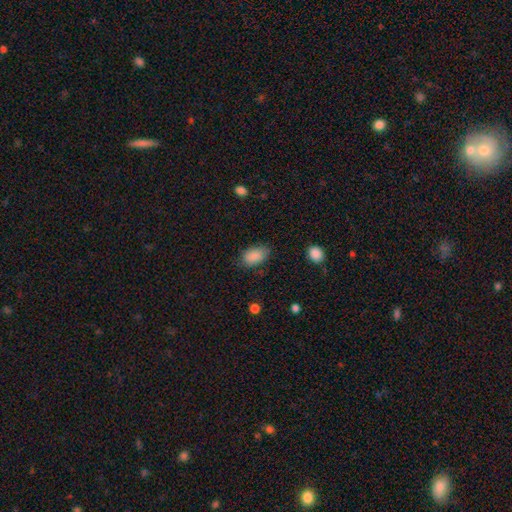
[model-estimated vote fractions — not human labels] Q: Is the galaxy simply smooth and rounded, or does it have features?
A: smooth — 88%.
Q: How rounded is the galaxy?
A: in between — 91%.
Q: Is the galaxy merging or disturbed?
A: none — 78%.